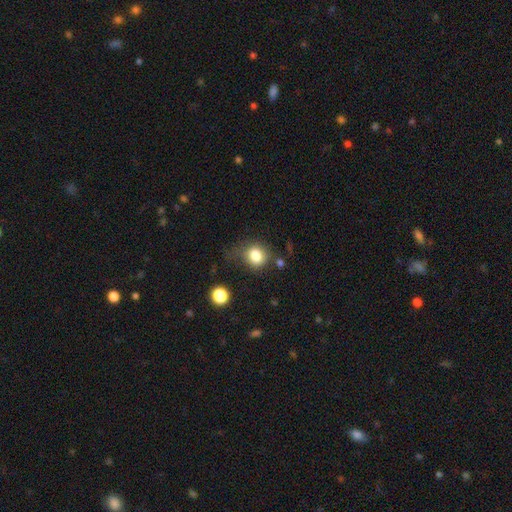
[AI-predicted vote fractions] This appears to be a smooth galaxy with no disk features (82%) that is round (74%). Merging: none (57%).